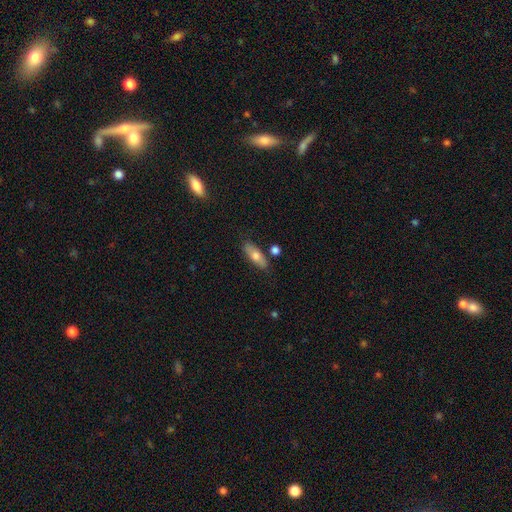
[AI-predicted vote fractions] smooth_or_featured: smooth (p=0.69) [alt: featured or disk p=0.24]
how_rounded: in between (p=0.67) [alt: cigar-shaped p=0.30]
merging: none (p=0.80) [alt: minor disturbance p=0.13]